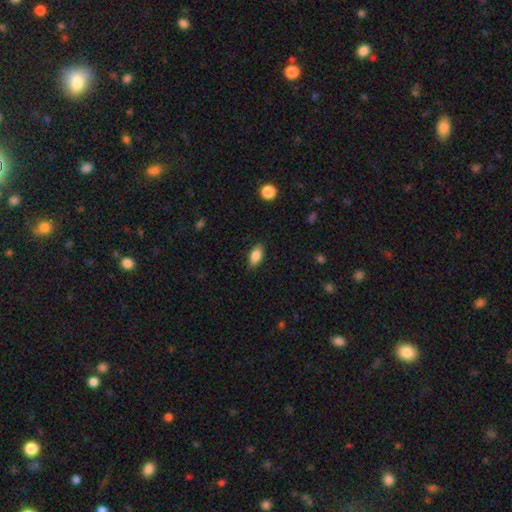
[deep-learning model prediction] Smooth or featured? smooth (87%)
How rounded? in between (91%)
Merging? none (85%)